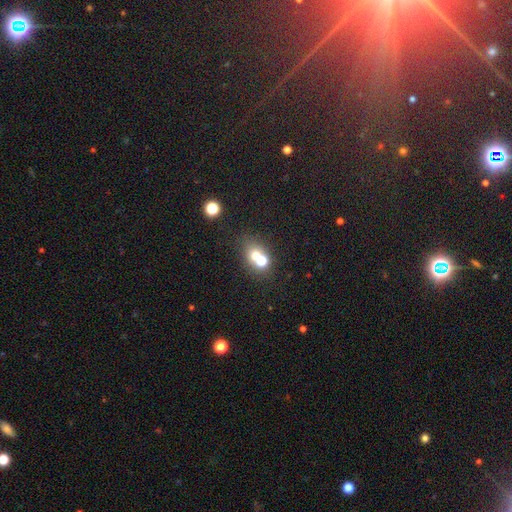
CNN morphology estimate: A smooth galaxy with no disk features (61%) that is round (64%).

Vote fractions:
- Smooth or featured? smooth: 61% / star or artifact: 21% / featured or disk: 18%
- How rounded? round: 64% / in between: 34% / cigar-shaped: 1%
- Merging? none: 47% / merger: 40% / minor disturbance: 8% / major disturbance: 5%